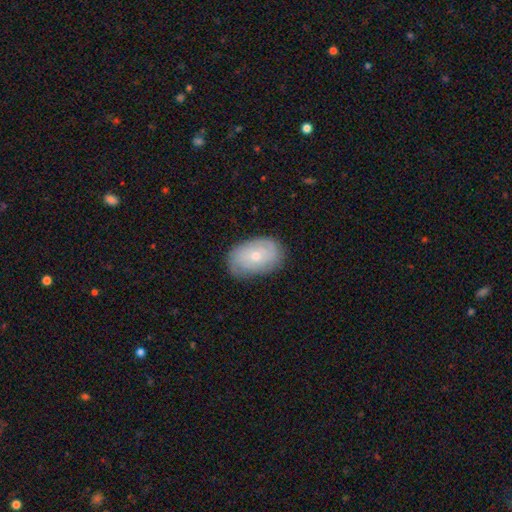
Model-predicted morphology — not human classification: smooth_or_featured: smooth (p=0.47) [alt: featured or disk p=0.46]
merging: none (p=0.75) [alt: minor disturbance p=0.19]